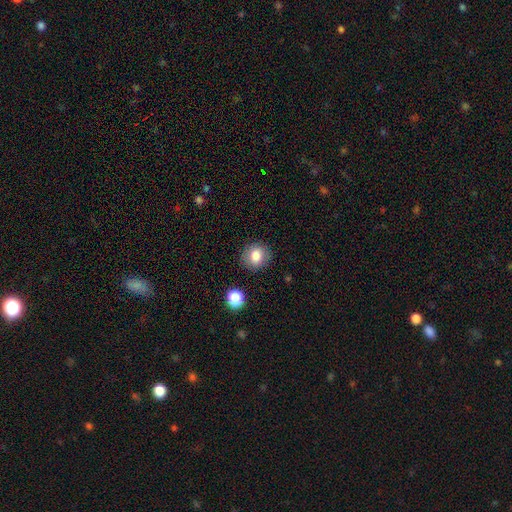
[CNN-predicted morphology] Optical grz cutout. It shows a smooth galaxy with no disk features (82%) that is round (78%). Merging: none (86%).